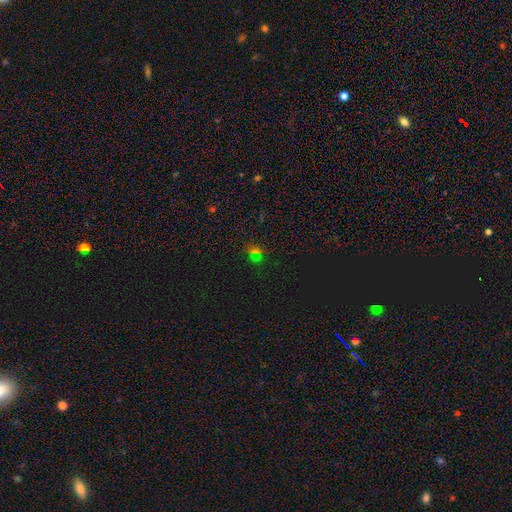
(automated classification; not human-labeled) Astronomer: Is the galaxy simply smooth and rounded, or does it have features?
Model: star or artifact — 54% (runner-up: smooth, 38%).